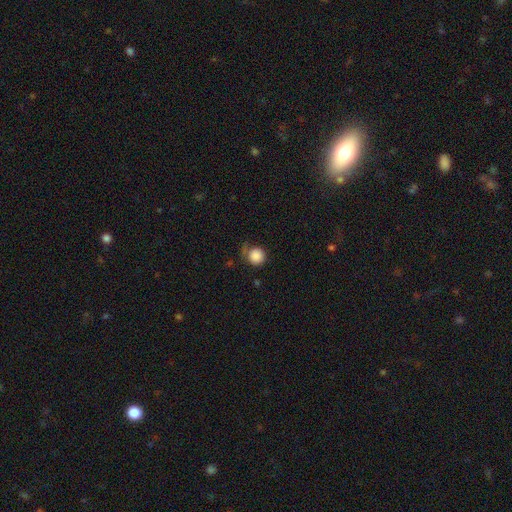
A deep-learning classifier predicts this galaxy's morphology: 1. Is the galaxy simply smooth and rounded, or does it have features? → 86% smooth, 9% star or artifact, 6% featured or disk.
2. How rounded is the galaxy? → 92% round, 7% in between, 1% cigar-shaped.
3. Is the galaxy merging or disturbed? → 62% none, 22% minor disturbance, 12% major disturbance, 4% merger.